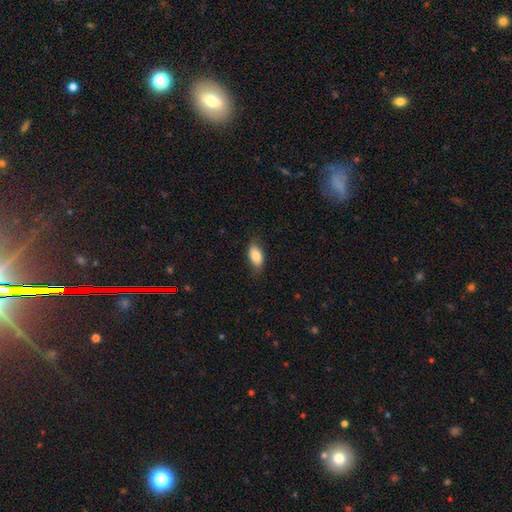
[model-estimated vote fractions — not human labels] This is clearly a smooth galaxy (82%). How rounded: clearly in between (91%). Merging: likely none (79%).